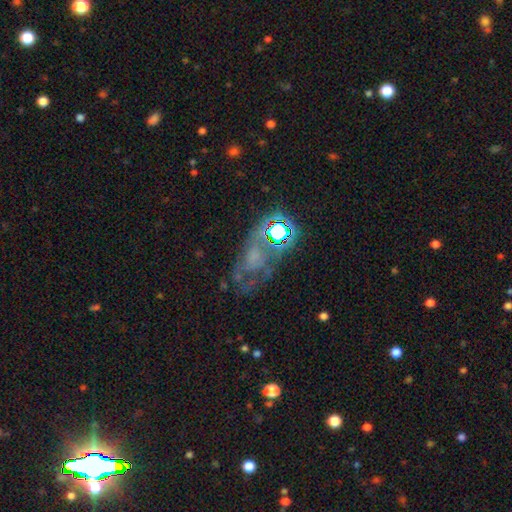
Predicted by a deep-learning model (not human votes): A featured or disk galaxy (43%).

Vote fractions:
- Smooth or featured? featured or disk: 43% / star or artifact: 32% / smooth: 25%
- Merging? none: 46% / major disturbance: 26% / minor disturbance: 19% / merger: 8%